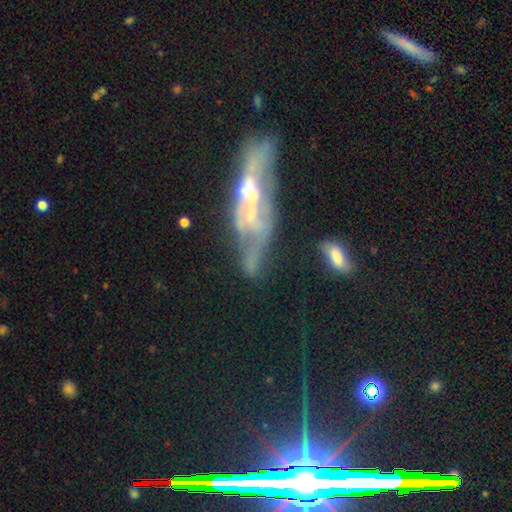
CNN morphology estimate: smooth-or-featured: featured or disk: 60% | smooth: 21% | star or artifact: 19%
  disk-edge-on: no: 60% | yes: 40%
  merging: none: 34% | major disturbance: 31% | minor disturbance: 22% | merger: 12%